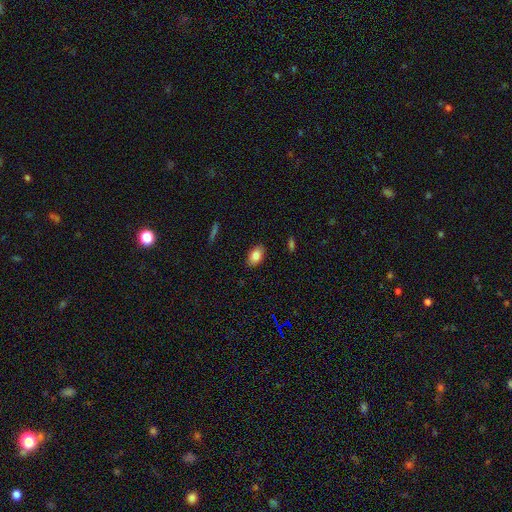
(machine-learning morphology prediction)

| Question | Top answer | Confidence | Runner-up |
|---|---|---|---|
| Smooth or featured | smooth | 83% | featured or disk (9%) |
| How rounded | in between | 90% | round (8%) |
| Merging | none | 86% | minor disturbance (10%) |